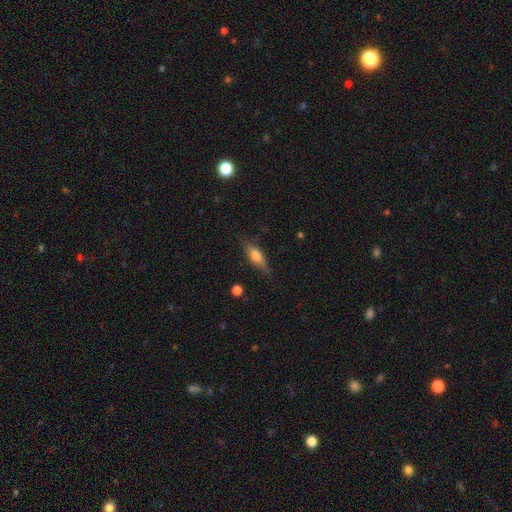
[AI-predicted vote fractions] Smooth or featured?
  - smooth: 56% *
  - featured or disk: 36%
  - star or artifact: 8%
How rounded?
  - in between: 51% *
  - cigar-shaped: 45%
  - round: 4%
Merging?
  - none: 75% *
  - minor disturbance: 19%
  - major disturbance: 5%
  - merger: 2%